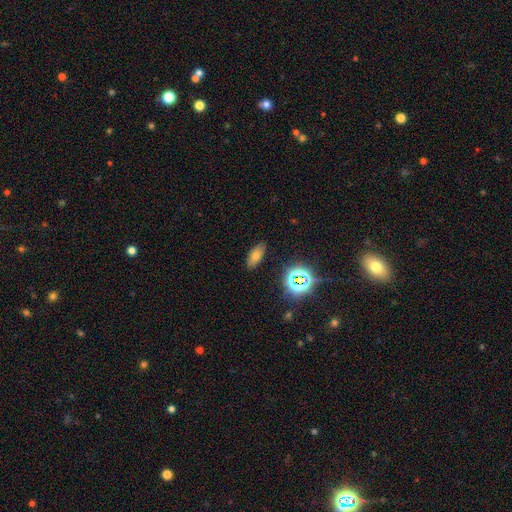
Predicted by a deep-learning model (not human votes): Smooth or featured: smooth — 58% (star or artifact — 27%)
How rounded: in between — 80% (cigar-shaped — 12%)
Merging: none — 87% (minor disturbance — 9%)